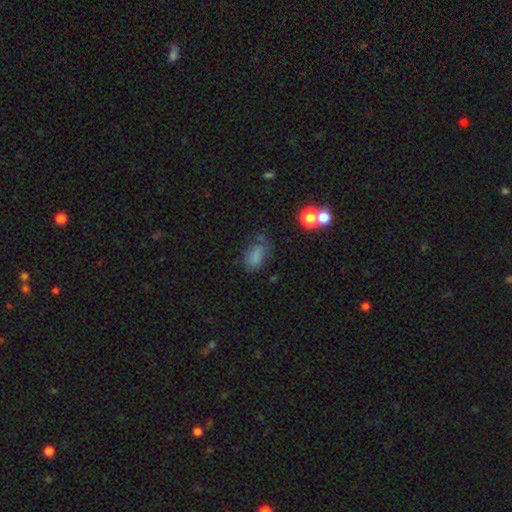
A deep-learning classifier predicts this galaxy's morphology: A smooth galaxy with no disk features (74%) that is in between round and cigar-shaped (86%). Merging: none (49%).